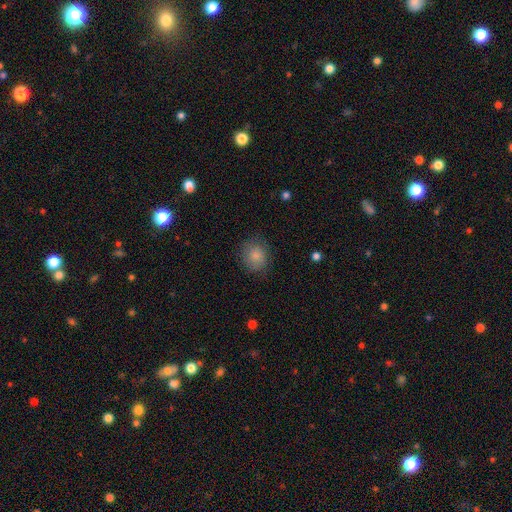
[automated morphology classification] smooth-or-featured: smooth: 86% | star or artifact: 9% | featured or disk: 5%
  how-rounded: round: 78% | in between: 21% | cigar-shaped: 1%
  merging: none: 83% | minor disturbance: 12% | major disturbance: 4% | merger: 1%